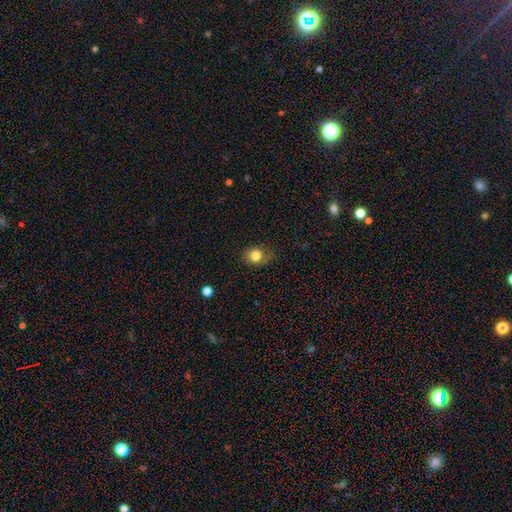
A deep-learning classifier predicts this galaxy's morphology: Smooth or featured: smooth — 81% (star or artifact — 11%)
How rounded: round — 65% (in between — 34%)
Merging: none — 72% (minor disturbance — 21%)